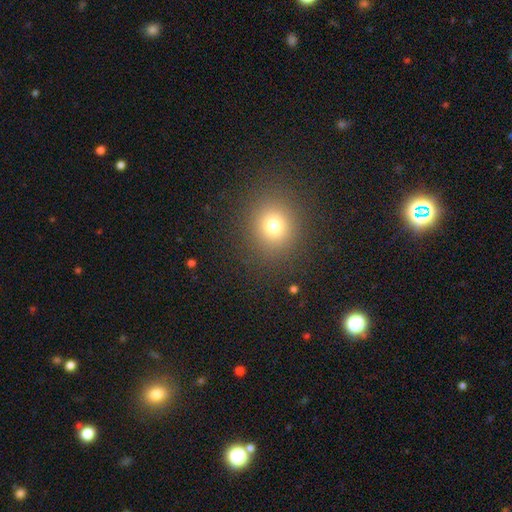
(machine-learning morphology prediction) This is likely a smooth galaxy (65%). How rounded: likely round (77%). Merging: clearly none (92%).